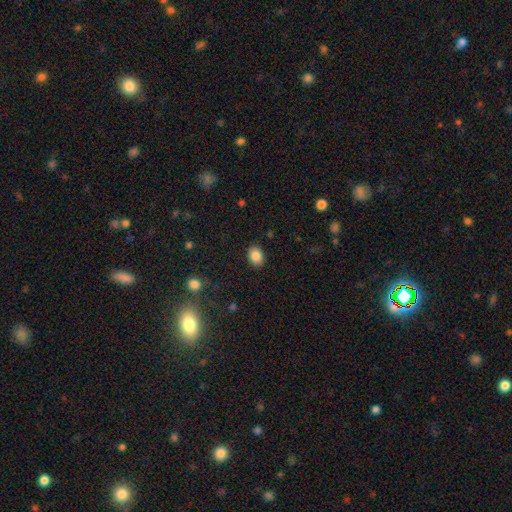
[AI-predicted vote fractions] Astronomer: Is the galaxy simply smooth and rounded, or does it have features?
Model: smooth — 86%.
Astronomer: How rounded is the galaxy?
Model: in between — 69%.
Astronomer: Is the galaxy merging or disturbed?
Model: none — 88%.